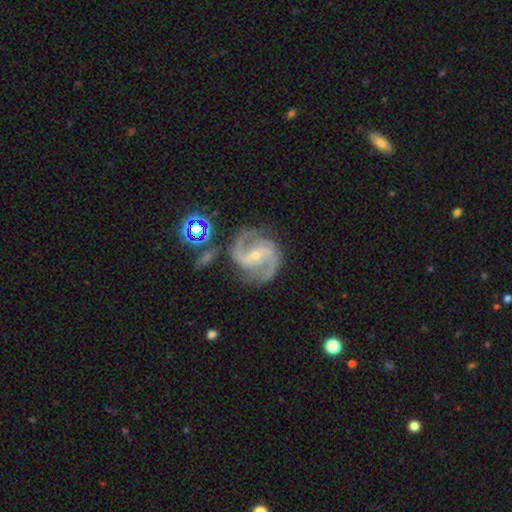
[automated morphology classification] A featured or disk galaxy (91%) with a strong bar (39%), 2 (83%) medium (62%) spiral arms (98%) and a small central bulge (72%). Merging: none (73%).